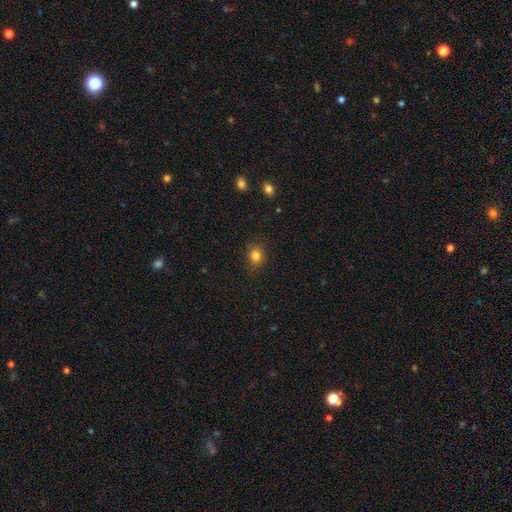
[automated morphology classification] Smooth or featured? Predicted: smooth (p=0.81). How rounded? Predicted: round (p=0.61). Merging? Predicted: none (p=0.82).